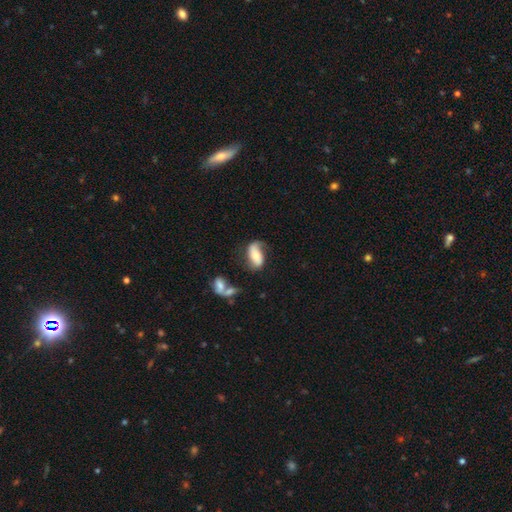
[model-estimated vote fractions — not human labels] Q: Smooth or featured?
A: featured or disk (57%); runner-up: smooth (37%)
Q: Edge-on disk?
A: no (93%); runner-up: yes (7%)
Q: Bar?
A: no (49%); runner-up: weak (28%)
Q: Spiral arms?
A: yes (83%); runner-up: no (17%)
Q: Bulge size?
A: moderate (60%); runner-up: small (27%)
Q: Merging?
A: none (51%); runner-up: minor disturbance (26%)